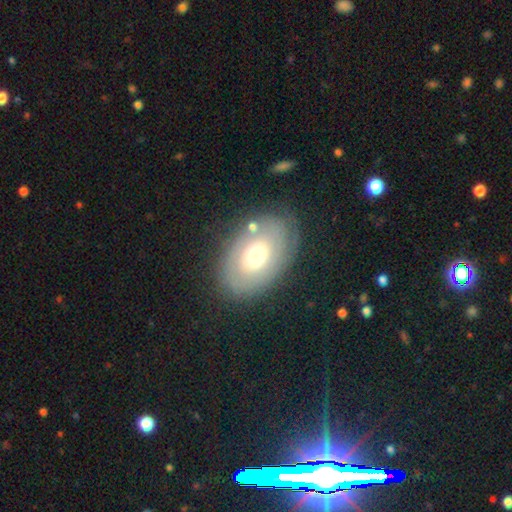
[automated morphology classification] Smooth or featured: smooth — 47% (featured or disk — 45%)
Merging: none — 76% (minor disturbance — 15%)